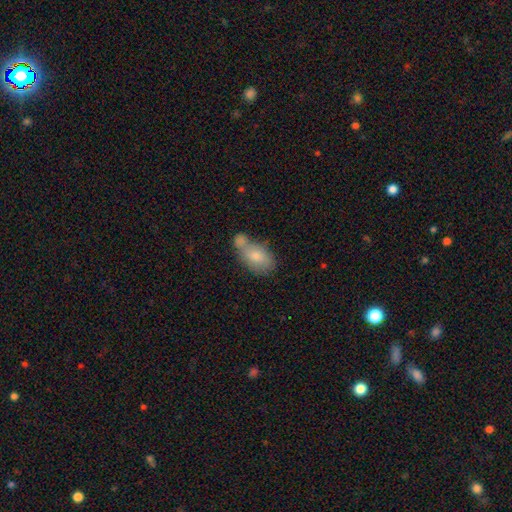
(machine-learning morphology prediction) A smooth galaxy with no disk features (74%) that is in between round and cigar-shaped (88%).

Vote fractions:
- Smooth or featured? smooth: 74% / featured or disk: 19% / star or artifact: 7%
- How rounded? in between: 88% / round: 9% / cigar-shaped: 3%
- Merging? merger: 47% / none: 31% / minor disturbance: 15% / major disturbance: 6%